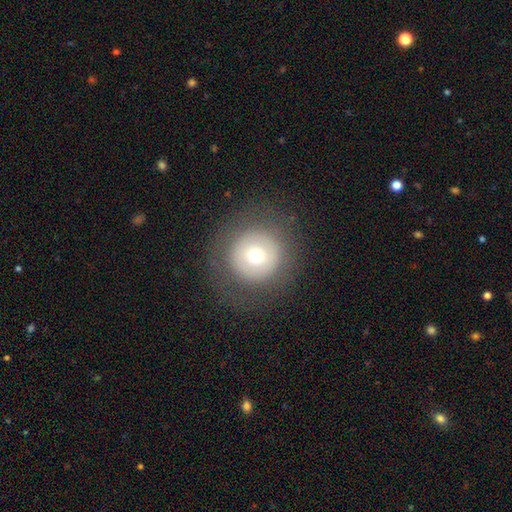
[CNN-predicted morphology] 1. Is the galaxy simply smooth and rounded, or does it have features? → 62% smooth, 26% featured or disk, 11% star or artifact.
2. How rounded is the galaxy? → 95% round, 4% in between, 1% cigar-shaped.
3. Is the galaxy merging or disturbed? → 85% none, 8% minor disturbance, 6% major disturbance, 1% merger.